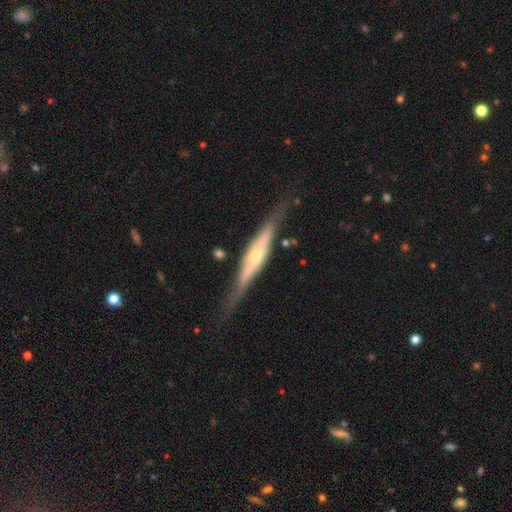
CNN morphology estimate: This is likely a featured or disk galaxy (72%). It is clearly viewed edge-on (92%). Edge-on bulge: likely rounded (73%). Merging: likely none (76%).